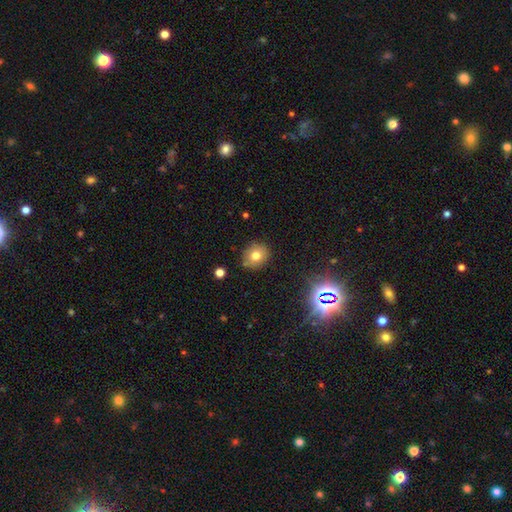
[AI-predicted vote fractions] Q: Smooth or featured?
A: smooth (74%); runner-up: star or artifact (15%)
Q: How rounded?
A: round (77%); runner-up: in between (22%)
Q: Merging?
A: none (82%); runner-up: minor disturbance (13%)